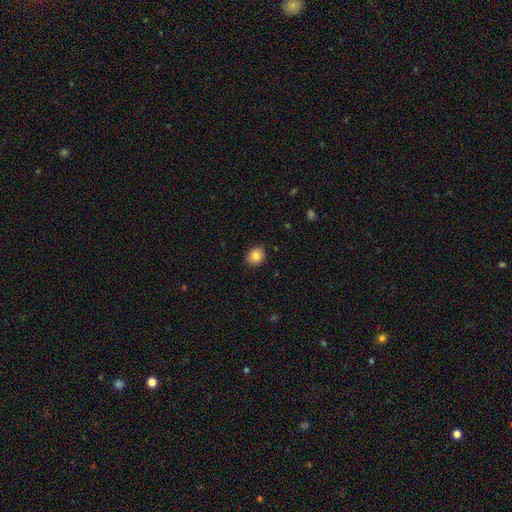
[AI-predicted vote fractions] smooth_or_featured: smooth (p=0.85) [alt: star or artifact p=0.09]
how_rounded: round (p=0.61) [alt: in between p=0.38]
merging: none (p=0.89) [alt: minor disturbance p=0.08]